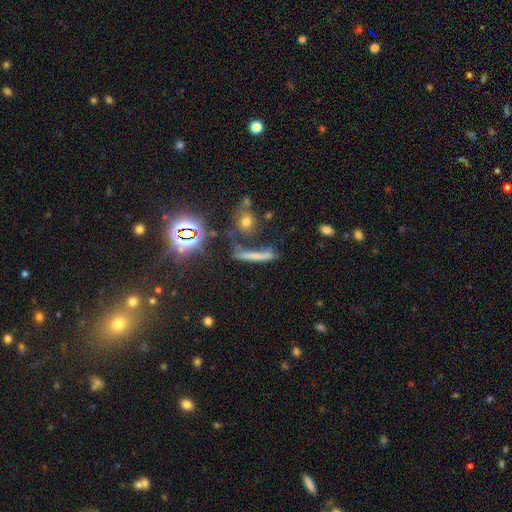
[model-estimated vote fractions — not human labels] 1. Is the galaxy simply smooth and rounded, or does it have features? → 54% smooth, 24% star or artifact, 22% featured or disk.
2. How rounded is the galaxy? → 86% cigar-shaped, 8% in between, 6% round.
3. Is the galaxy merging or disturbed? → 64% none, 16% minor disturbance, 12% merger, 8% major disturbance.